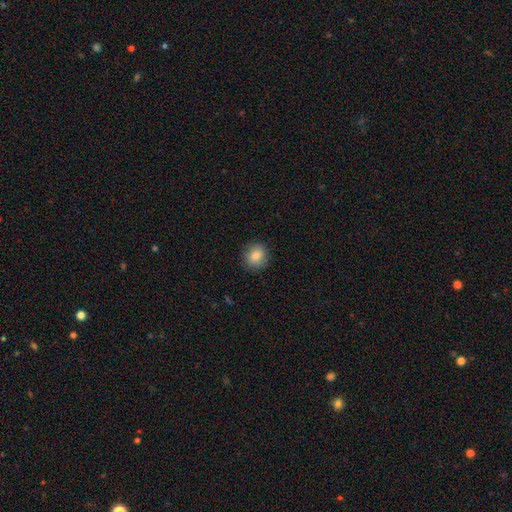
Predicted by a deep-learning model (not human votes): smooth-or-featured: smooth: 84% | star or artifact: 9% | featured or disk: 7%
  how-rounded: round: 83% | in between: 16% | cigar-shaped: 1%
  merging: none: 88% | minor disturbance: 9% | major disturbance: 2% | merger: 1%